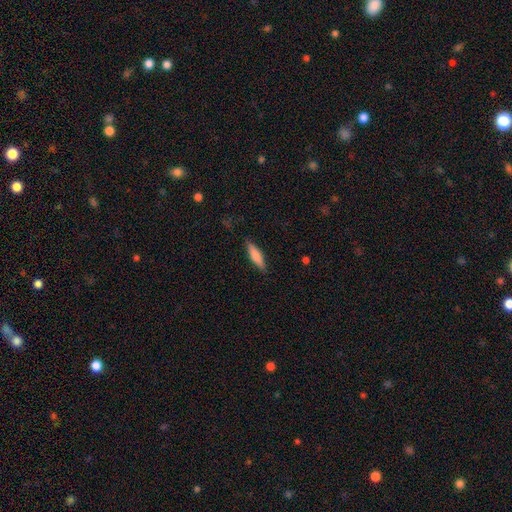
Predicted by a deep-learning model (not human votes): Smooth or featured?
  - smooth: 78% *
  - featured or disk: 17%
  - star or artifact: 6%
How rounded?
  - cigar-shaped: 67% *
  - in between: 32%
  - round: 2%
Merging?
  - none: 86% *
  - minor disturbance: 11%
  - major disturbance: 2%
  - merger: 1%